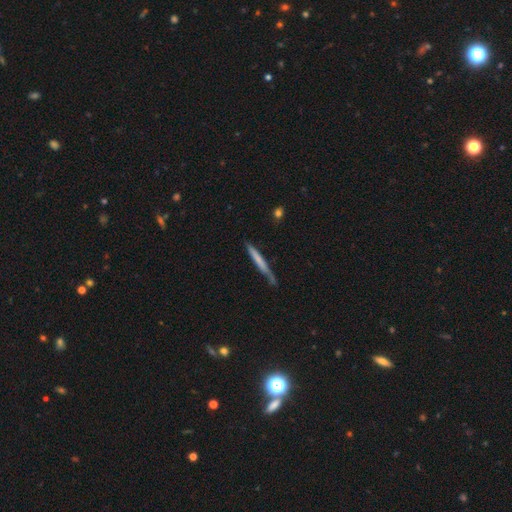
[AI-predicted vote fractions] smooth_or_featured: smooth (p=0.55) [alt: featured or disk p=0.39]
how_rounded: cigar-shaped (p=0.96) [alt: in between p=0.02]
merging: none (p=0.79) [alt: minor disturbance p=0.16]